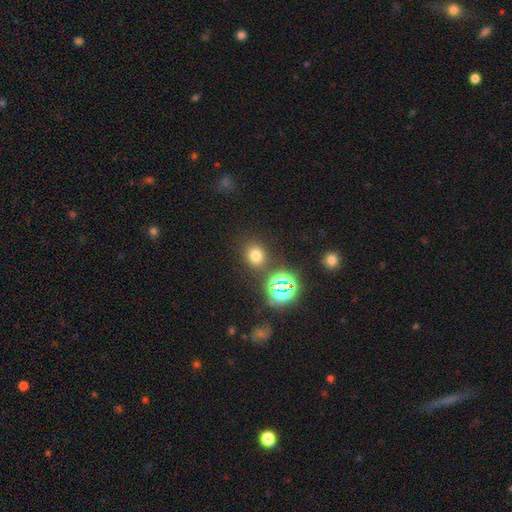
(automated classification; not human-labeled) This is likely a smooth galaxy (67%). How rounded: likely round (70%). Merging: clearly none (82%).